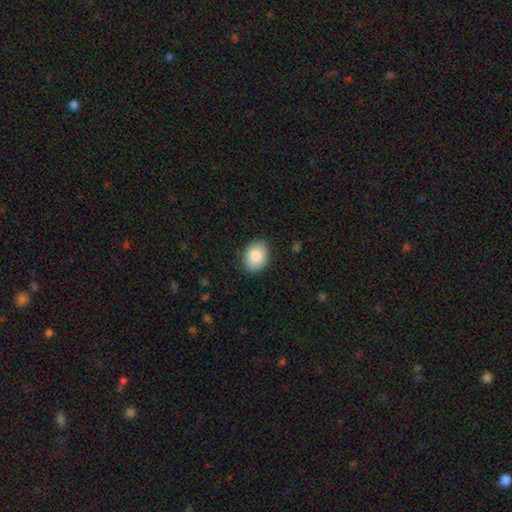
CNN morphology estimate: The model was most divided on "how rounded": in between: 73%, round: 26%, cigar-shaped: 1%. More confident: smooth or featured — smooth (85%); merging — none (85%).